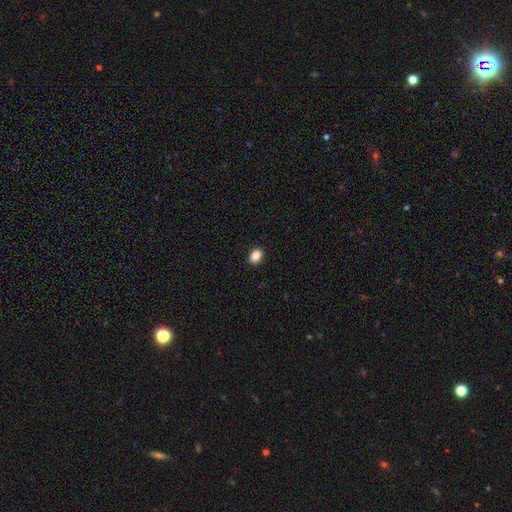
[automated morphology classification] smooth-or-featured: smooth: 88% | star or artifact: 9% | featured or disk: 3%
  how-rounded: in between: 64% | round: 35% | cigar-shaped: 1%
  merging: none: 91% | minor disturbance: 6% | major disturbance: 2% | merger: 1%